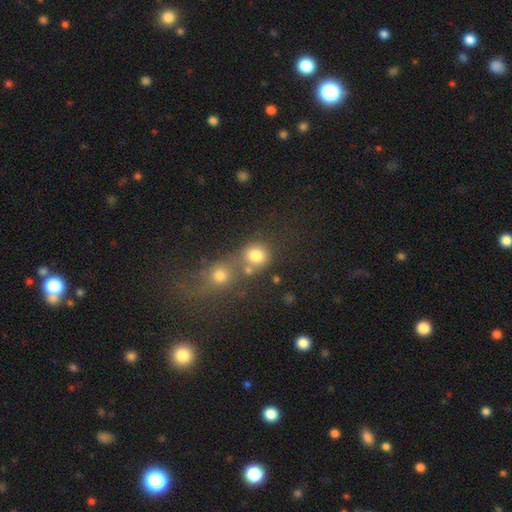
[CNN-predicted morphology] This appears to be a smooth galaxy with no disk features (79%) that is round (83%). Merging: none (46%).